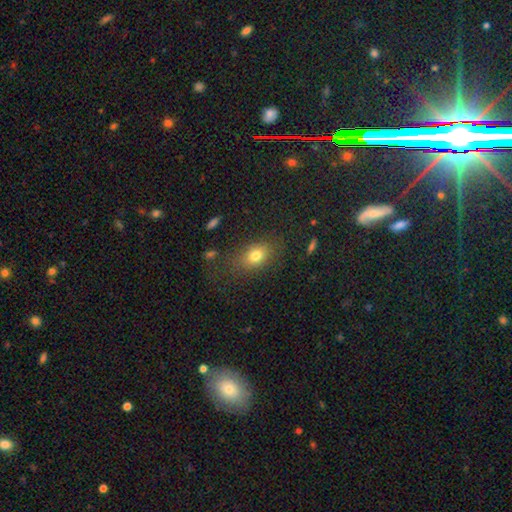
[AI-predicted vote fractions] Q: Smooth or featured?
A: smooth (75%); runner-up: star or artifact (12%)
Q: How rounded?
A: in between (73%); runner-up: round (24%)
Q: Merging?
A: none (75%); runner-up: minor disturbance (15%)